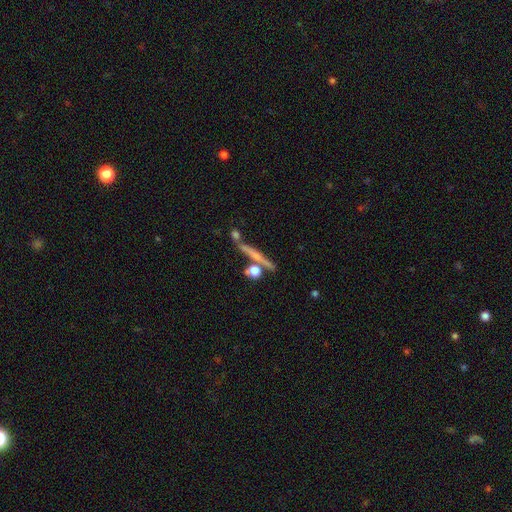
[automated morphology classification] smooth_or_featured: featured or disk (p=0.52) [alt: smooth p=0.38]
disk_edge_on: yes (p=0.92) [alt: no p=0.08]
merging: none (p=0.72) [alt: merger p=0.14]